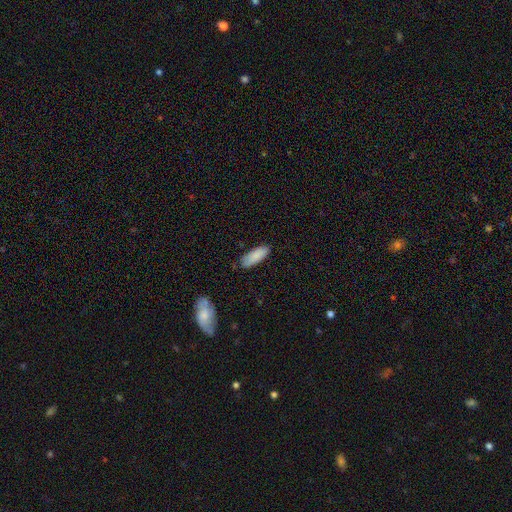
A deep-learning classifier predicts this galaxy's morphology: Smooth or featured: smooth — 86% (featured or disk — 8%)
How rounded: in between — 69% (cigar-shaped — 30%)
Merging: none — 80% (minor disturbance — 15%)